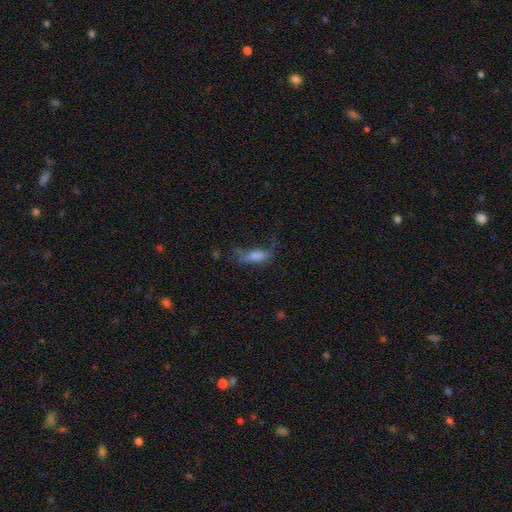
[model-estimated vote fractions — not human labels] smooth-or-featured: smooth: 58% | featured or disk: 28% | star or artifact: 13%
  how-rounded: in between: 56% | cigar-shaped: 41% | round: 4%
  merging: none: 36% (tied) | major disturbance: 36% (tied) | minor disturbance: 25% | merger: 4%